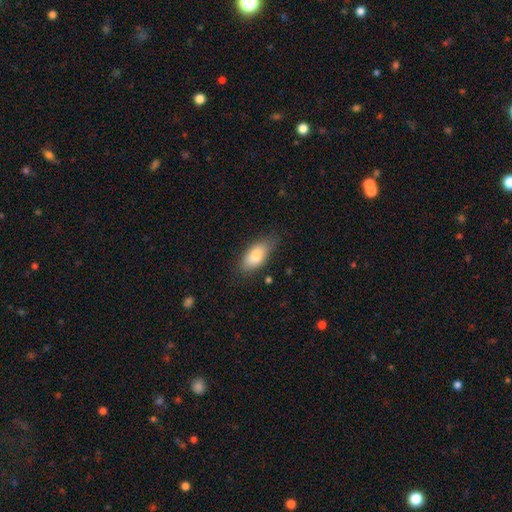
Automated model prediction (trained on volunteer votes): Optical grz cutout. It shows a smooth galaxy with no disk features (79%) that is in between round and cigar-shaped (88%). Merging: none (73%).